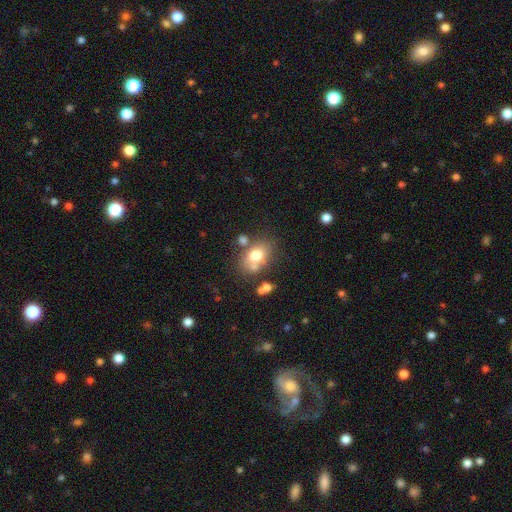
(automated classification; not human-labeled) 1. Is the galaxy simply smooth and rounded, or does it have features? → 71% smooth, 19% featured or disk, 10% star or artifact.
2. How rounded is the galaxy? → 72% in between, 26% round, 1% cigar-shaped.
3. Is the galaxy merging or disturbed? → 58% none, 20% merger, 16% minor disturbance, 6% major disturbance.